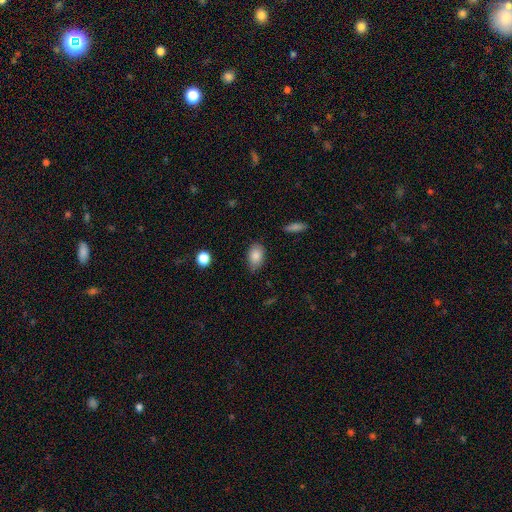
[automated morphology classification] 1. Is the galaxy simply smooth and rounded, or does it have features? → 85% smooth, 8% star or artifact, 8% featured or disk.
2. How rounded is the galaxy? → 86% in between, 12% round, 2% cigar-shaped.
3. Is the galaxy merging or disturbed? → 71% none, 23% minor disturbance, 4% major disturbance, 1% merger.